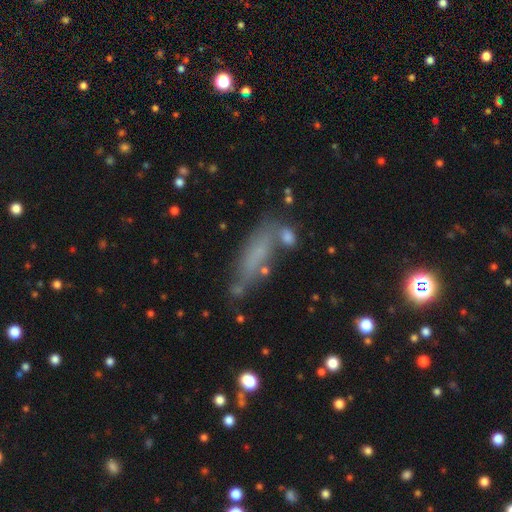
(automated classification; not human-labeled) This is likely a smooth galaxy (61%). How rounded: likely cigar-shaped (63%). Merging: possibly none (55%).